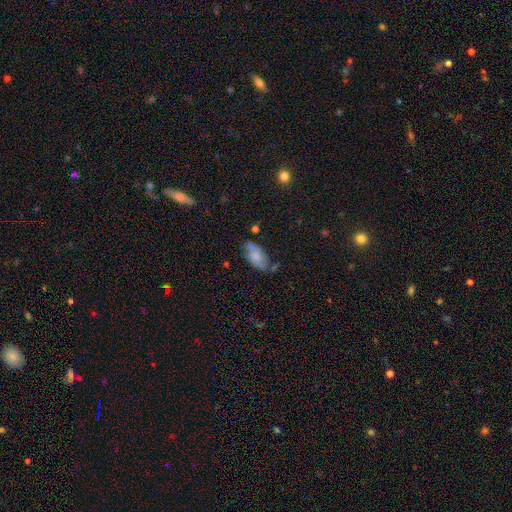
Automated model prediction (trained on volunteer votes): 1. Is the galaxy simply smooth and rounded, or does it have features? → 62% smooth, 31% featured or disk, 8% star or artifact.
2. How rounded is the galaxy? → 90% in between, 6% cigar-shaped, 3% round.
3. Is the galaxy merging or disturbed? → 56% none, 29% minor disturbance, 9% major disturbance, 6% merger.